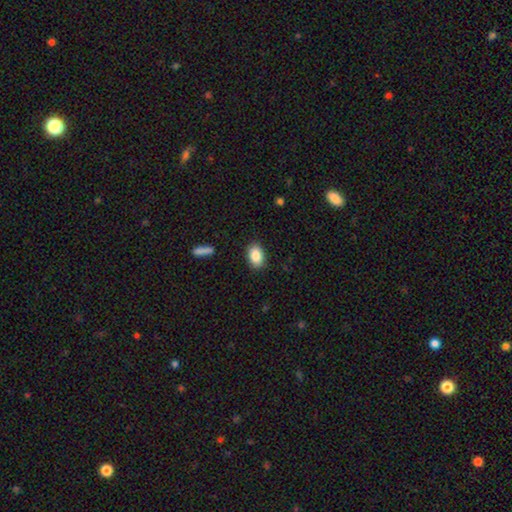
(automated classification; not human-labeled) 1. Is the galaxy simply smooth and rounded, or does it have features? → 87% smooth, 7% star or artifact, 6% featured or disk.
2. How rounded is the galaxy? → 90% in between, 8% round, 2% cigar-shaped.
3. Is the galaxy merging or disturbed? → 88% none, 9% minor disturbance, 2% major disturbance, 1% merger.